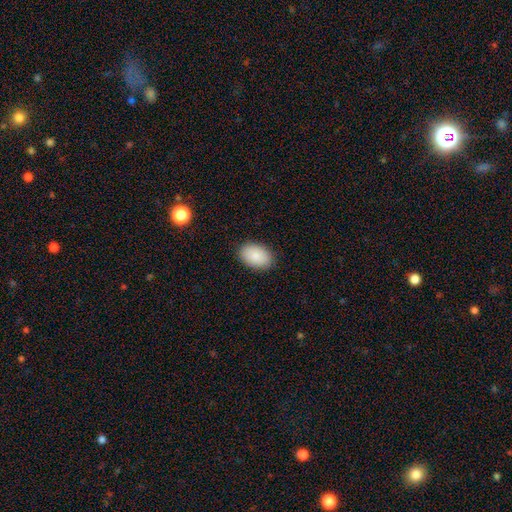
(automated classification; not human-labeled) Smooth or featured? Predicted: smooth (p=0.87). How rounded? Predicted: in between (p=0.89). Merging? Predicted: none (p=0.88).